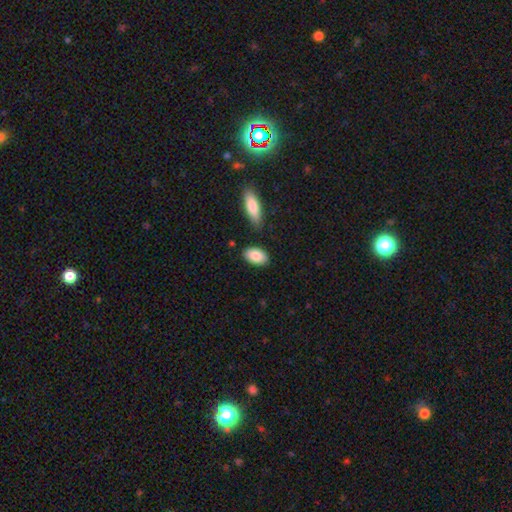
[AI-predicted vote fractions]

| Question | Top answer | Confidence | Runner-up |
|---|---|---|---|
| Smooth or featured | smooth | 86% | featured or disk (8%) |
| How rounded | in between | 93% | round (4%) |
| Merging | none | 83% | minor disturbance (11%) |